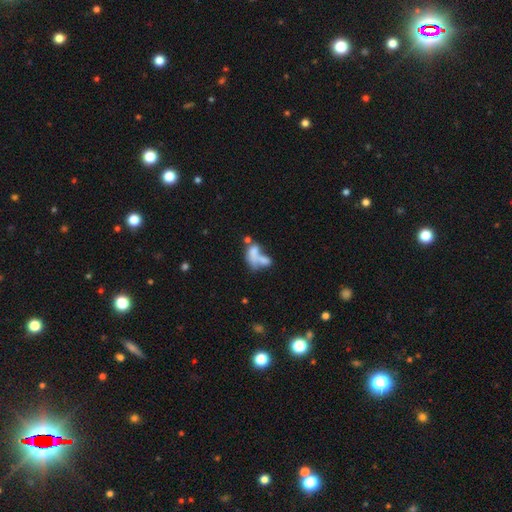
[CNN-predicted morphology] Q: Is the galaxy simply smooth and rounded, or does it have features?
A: smooth — 59%.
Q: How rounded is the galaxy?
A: in between — 81%.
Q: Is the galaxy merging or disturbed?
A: merger — 62%.